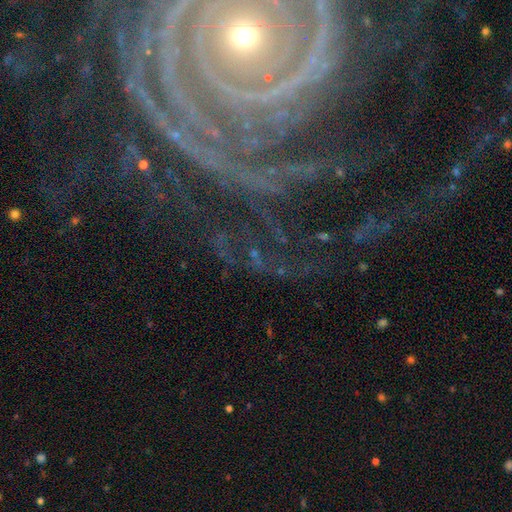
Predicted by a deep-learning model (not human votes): smooth_or_featured: featured or disk (p=0.54) [alt: star or artifact p=0.33]
disk_edge_on: no (p=0.88) [alt: yes p=0.12]
merging: none (p=0.70) [alt: minor disturbance p=0.14]